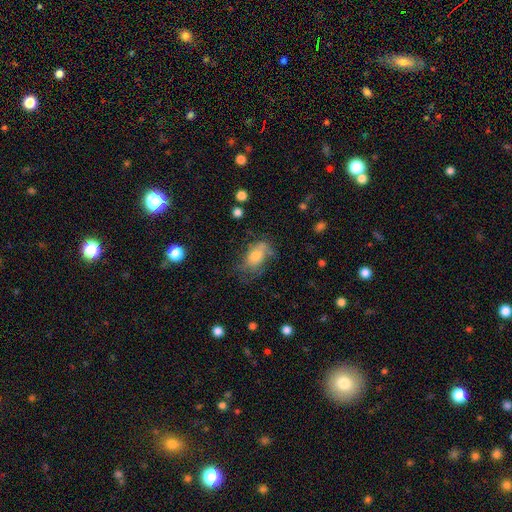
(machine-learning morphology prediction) smooth 62%, featured or disk 27%, star or artifact 11%. Down the decision tree: how rounded — in between (87%); merging — none (51%).